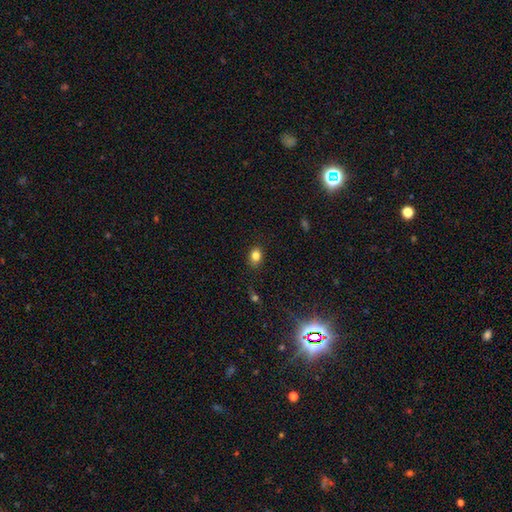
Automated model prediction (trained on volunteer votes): smooth 82%, star or artifact 11%, featured or disk 6%. Down the decision tree: how rounded — in between (59%); merging — none (85%).